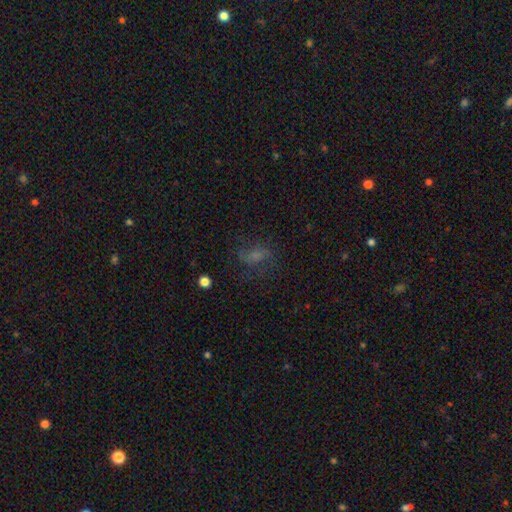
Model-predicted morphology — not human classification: A smooth galaxy with no disk features (43%).

Vote fractions:
- Smooth or featured? smooth: 43% / featured or disk: 36% / star or artifact: 20%
- Merging? none: 58% / minor disturbance: 20% / major disturbance: 20% / merger: 2%